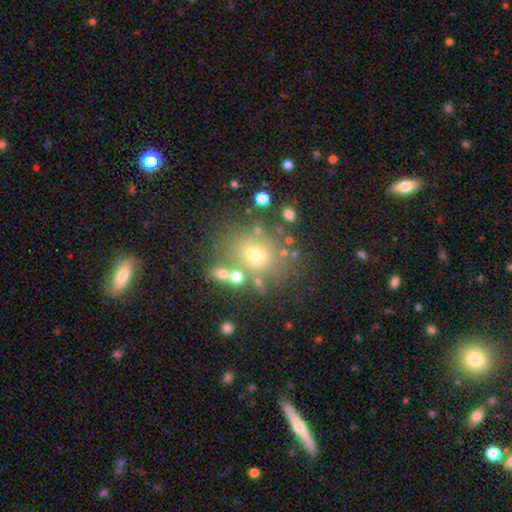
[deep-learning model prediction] A smooth galaxy with no disk features (59%) that is round (64%). Merging: none (62%).